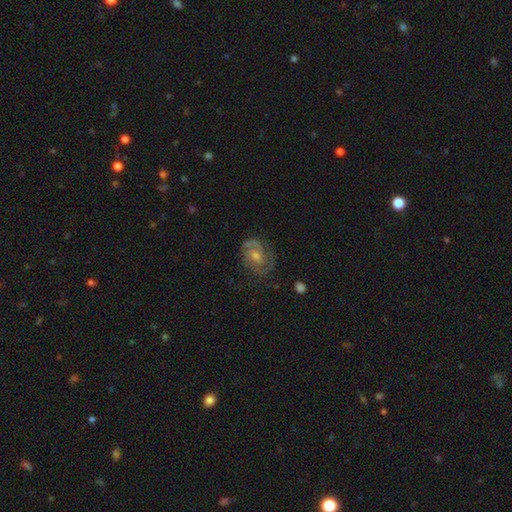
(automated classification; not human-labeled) Morphology: type=featured or disk (78%); edge-on=no (97%); bar=no (51%); spiral arms=yes (92%); winding=tight (48%); arm count=2 (69%); bulge=moderate (50%); merging=none (74%).